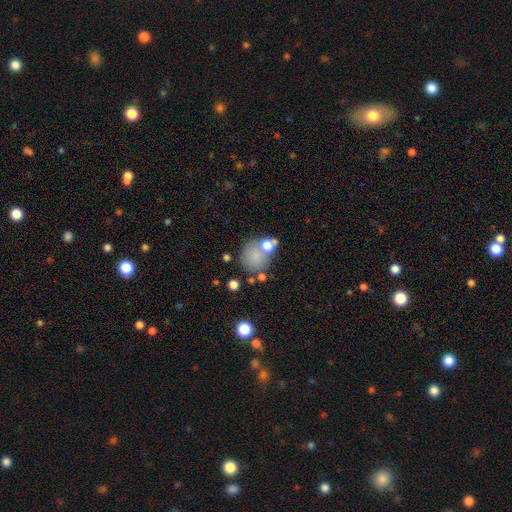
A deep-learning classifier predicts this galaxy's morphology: Smooth or featured?
  - smooth: 75% *
  - star or artifact: 13%
  - featured or disk: 12%
How rounded?
  - round: 80% *
  - in between: 19%
  - cigar-shaped: 1%
Merging?
  - none: 58% *
  - merger: 18%
  - minor disturbance: 16%
  - major disturbance: 9%